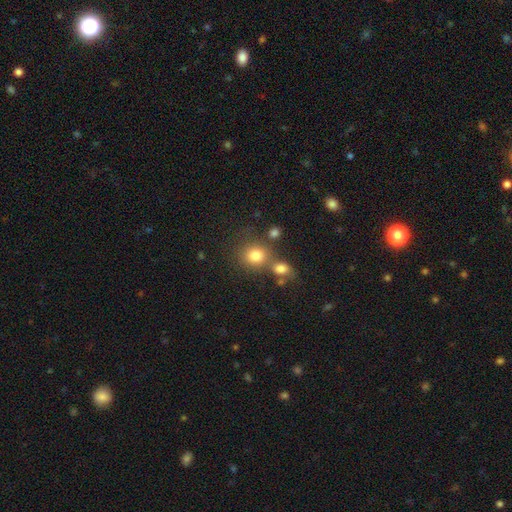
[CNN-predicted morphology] This is likely a smooth galaxy (80%). How rounded: likely round (77%). Merging: possibly none (60%).